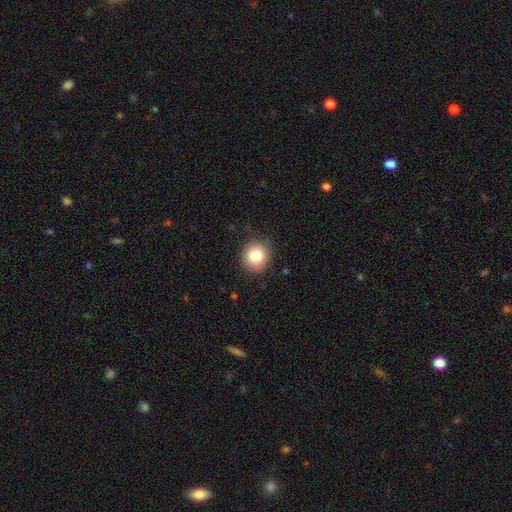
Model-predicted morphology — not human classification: Overall: smooth (83%). How rounded: round (87%). Merging: none (88%).